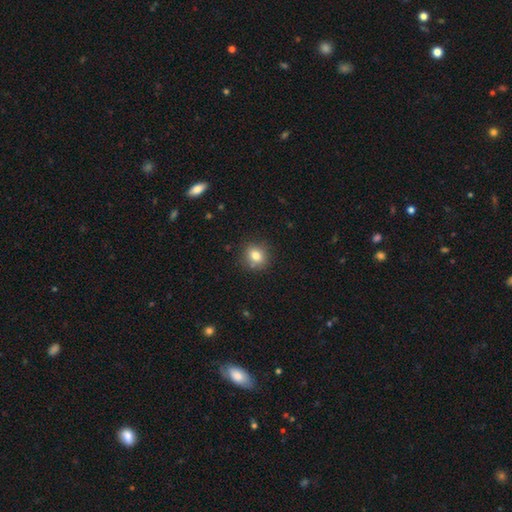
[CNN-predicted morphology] This is likely a smooth galaxy (80%). How rounded: likely round (80%). Merging: clearly none (84%).